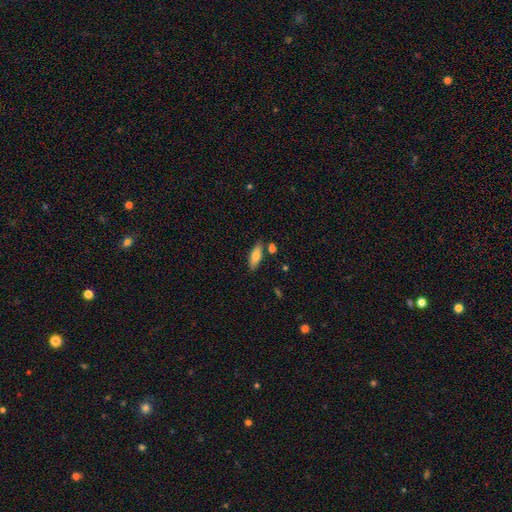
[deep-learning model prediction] Smooth or featured? smooth (71%)
How rounded? in between (64%)
Merging? none (79%)